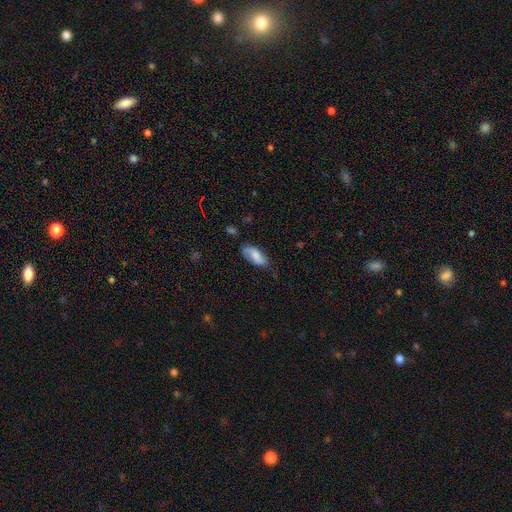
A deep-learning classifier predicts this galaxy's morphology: Smooth or featured: smooth — 72% (featured or disk — 21%)
How rounded: in between — 86% (cigar-shaped — 12%)
Merging: none — 67% (minor disturbance — 25%)